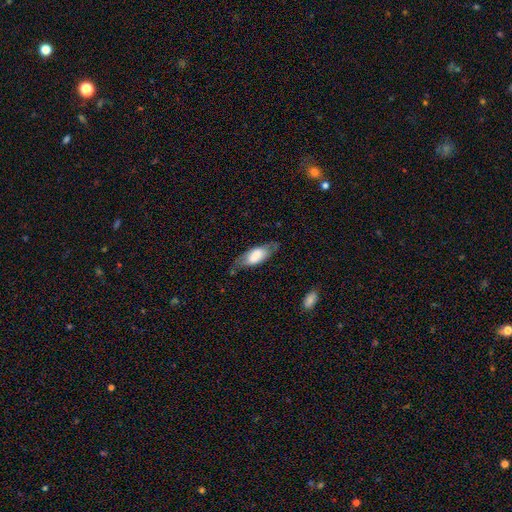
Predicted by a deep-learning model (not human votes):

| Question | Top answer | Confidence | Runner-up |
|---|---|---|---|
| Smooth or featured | smooth | 62% | featured or disk (31%) |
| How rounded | in between | 76% | cigar-shaped (22%) |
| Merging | none | 68% | minor disturbance (22%) |